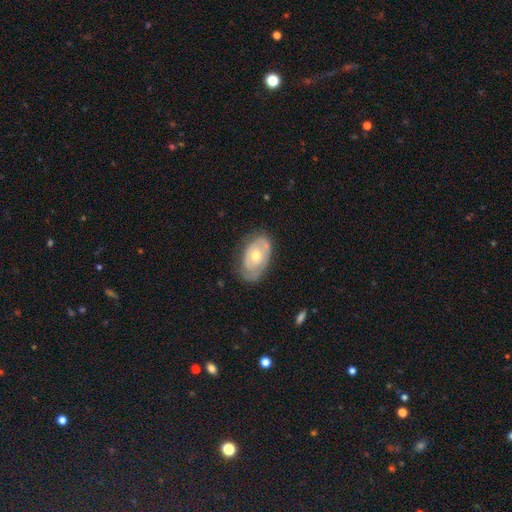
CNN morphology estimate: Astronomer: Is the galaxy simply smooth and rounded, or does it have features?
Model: featured or disk — 59% (runner-up: smooth, 35%).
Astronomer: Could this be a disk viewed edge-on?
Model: no — 93%.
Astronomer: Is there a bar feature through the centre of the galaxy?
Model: no — 84%.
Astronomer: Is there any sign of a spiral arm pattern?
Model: no — 52% (runner-up: yes, 48%).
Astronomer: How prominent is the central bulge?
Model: moderate — 65%.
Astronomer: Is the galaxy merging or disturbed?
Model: none — 66%.